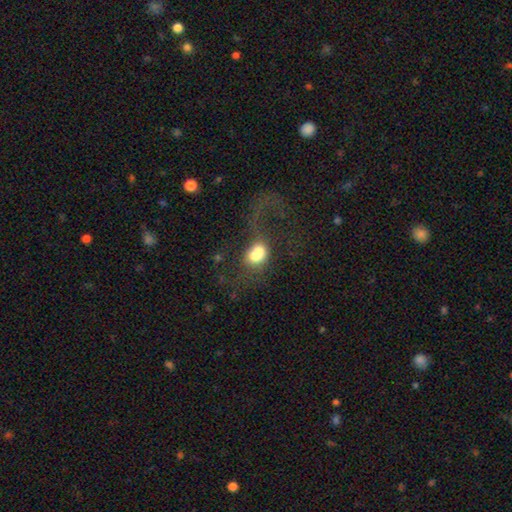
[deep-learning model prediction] Morphology: type=smooth (62%); roundness=in between (55%); merging=merger (52%).